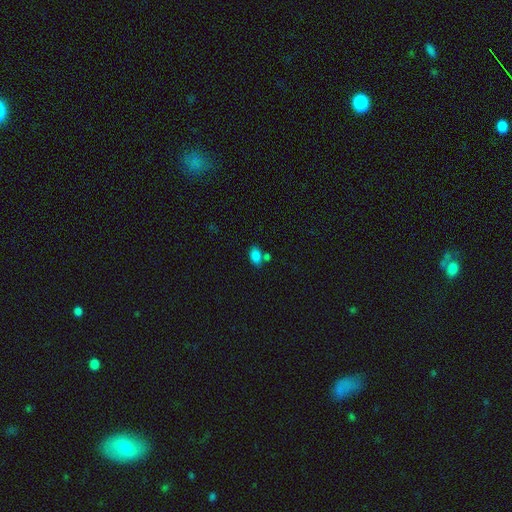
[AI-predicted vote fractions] smooth-or-featured: smooth: 83% | star or artifact: 11% | featured or disk: 6%
  how-rounded: in between: 88% | round: 11% | cigar-shaped: 2%
  merging: none: 59% | merger: 24% | minor disturbance: 13% | major disturbance: 4%